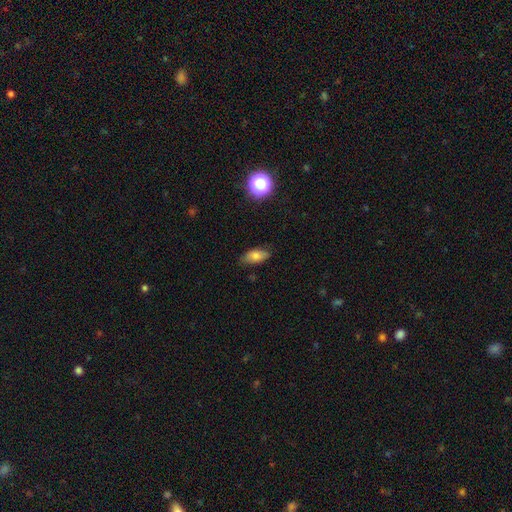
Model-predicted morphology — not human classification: Q: Smooth or featured?
A: smooth (74%); runner-up: featured or disk (15%)
Q: How rounded?
A: in between (86%); runner-up: cigar-shaped (9%)
Q: Merging?
A: none (79%); runner-up: minor disturbance (17%)